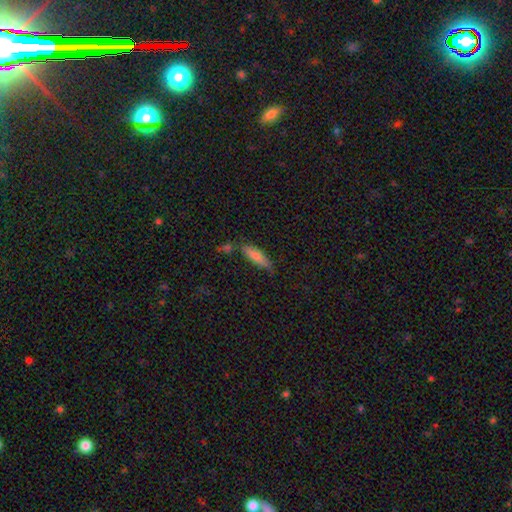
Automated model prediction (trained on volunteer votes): Q: Smooth or featured?
A: smooth (73%); runner-up: featured or disk (19%)
Q: How rounded?
A: cigar-shaped (64%); runner-up: in between (34%)
Q: Merging?
A: none (63%); runner-up: minor disturbance (23%)